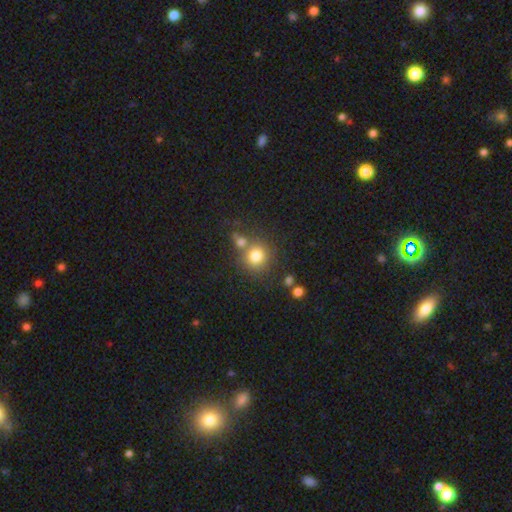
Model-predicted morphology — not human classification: smooth-or-featured: smooth: 78% | star or artifact: 12% | featured or disk: 9%
  how-rounded: round: 88% | in between: 11% | cigar-shaped: 1%
  merging: none: 62% | merger: 24% | minor disturbance: 10% | major disturbance: 4%